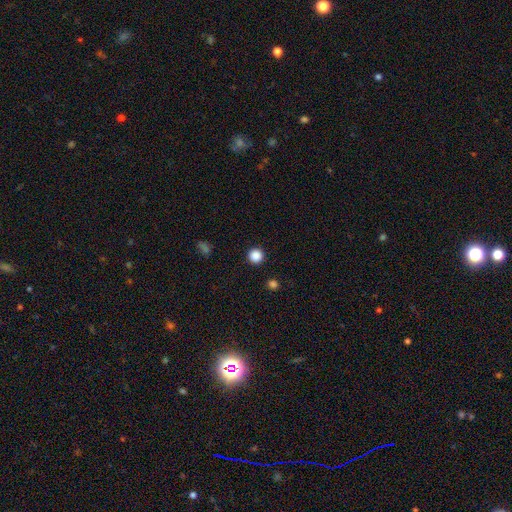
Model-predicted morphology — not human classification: This is clearly a smooth galaxy (87%). How rounded: clearly round (96%). Merging: clearly none (93%).